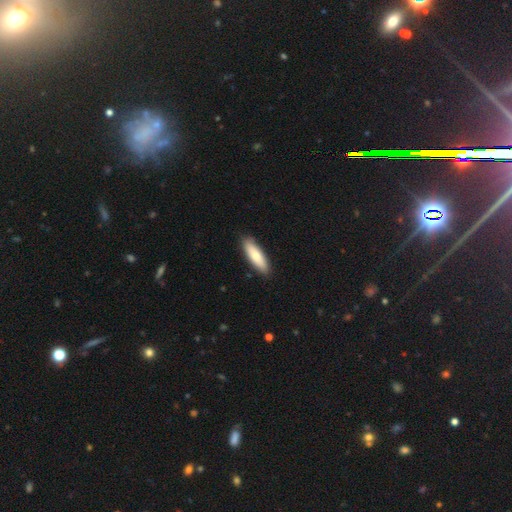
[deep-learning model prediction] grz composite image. It shows a smooth galaxy with no disk features (77%) that is cigar-shaped (51%). Merging: none (88%).